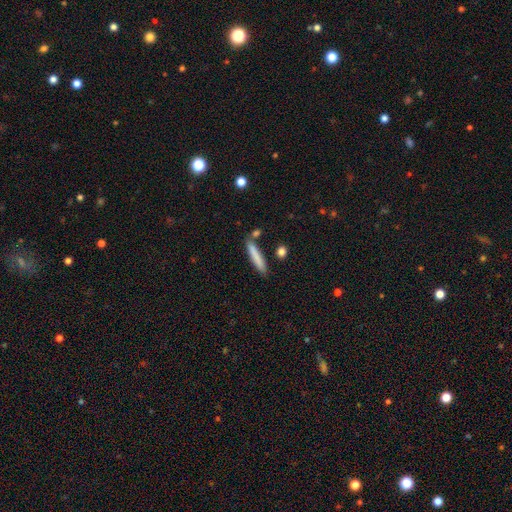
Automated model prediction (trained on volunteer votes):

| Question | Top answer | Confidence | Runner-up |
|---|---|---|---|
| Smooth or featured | smooth | 81% | featured or disk (13%) |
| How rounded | cigar-shaped | 91% | in between (8%) |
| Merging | none | 80% | minor disturbance (11%) |